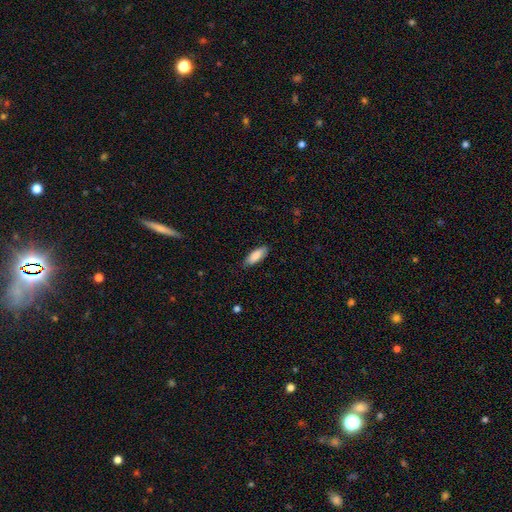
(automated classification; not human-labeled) smooth-or-featured: smooth: 87% | featured or disk: 8% | star or artifact: 6%
  how-rounded: in between: 71% | cigar-shaped: 27% | round: 2%
  merging: none: 83% | minor disturbance: 14% | major disturbance: 2% | merger: 1%